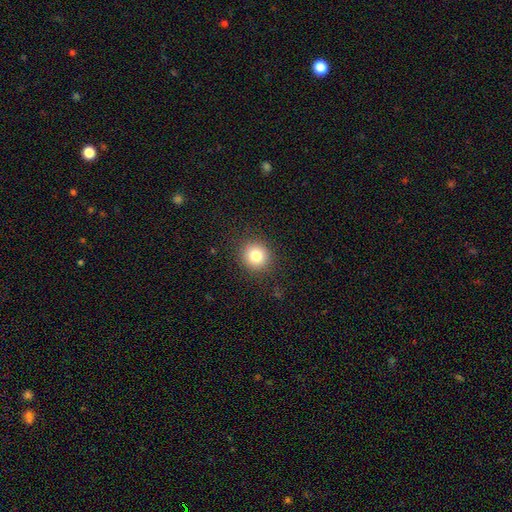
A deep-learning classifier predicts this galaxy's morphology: Overall: smooth (81%). How rounded: round (91%). Merging: none (90%).